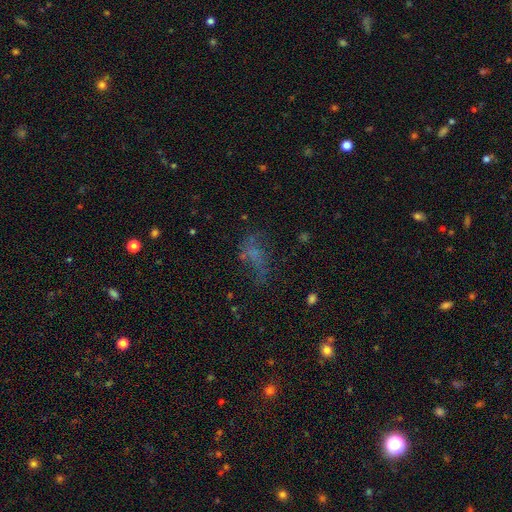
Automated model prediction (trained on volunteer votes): Morphology: type=smooth (39%); merging=none (38%).